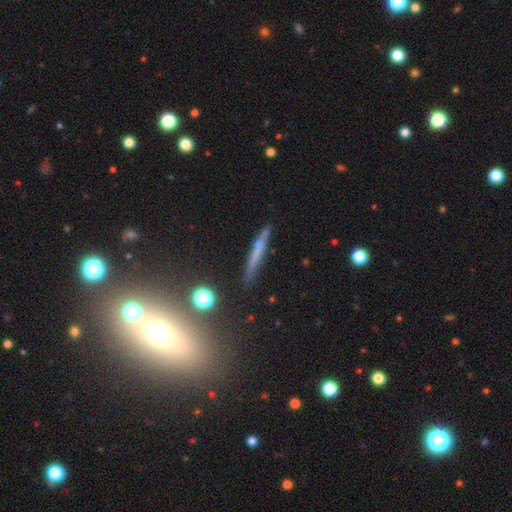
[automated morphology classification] smooth_or_featured: smooth (p=0.48) [alt: featured or disk p=0.39]
merging: none (p=0.81) [alt: minor disturbance p=0.12]